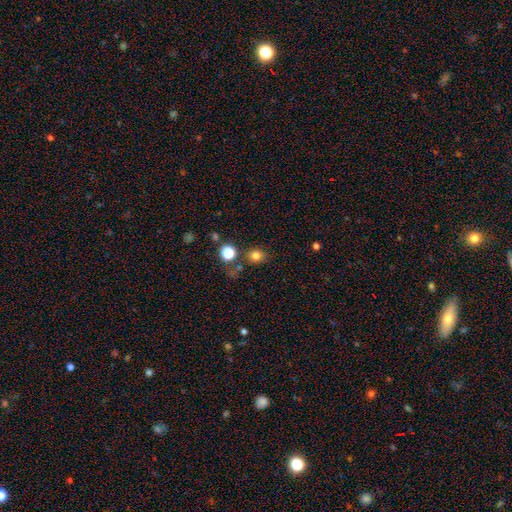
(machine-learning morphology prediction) Smooth or featured? Predicted: smooth (p=0.78). How rounded? Predicted: round (p=0.67). Merging? Predicted: none (p=0.76).